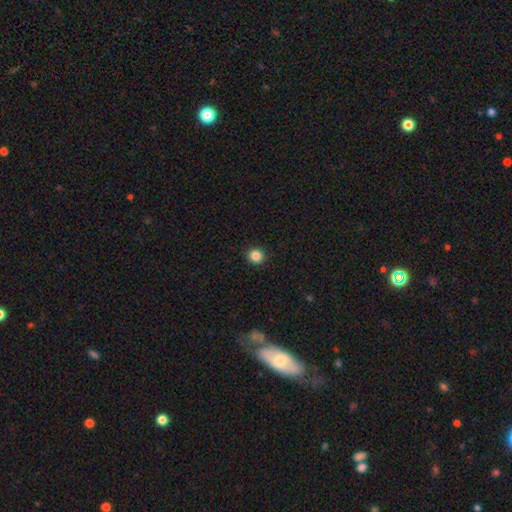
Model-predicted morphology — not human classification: A smooth galaxy with no disk features (85%) that is round (91%).

Vote fractions:
- Smooth or featured? smooth: 85% / star or artifact: 11% / featured or disk: 4%
- How rounded? round: 91% / in between: 8% / cigar-shaped: 1%
- Merging? none: 92% / minor disturbance: 5% / major disturbance: 2% / merger: 1%